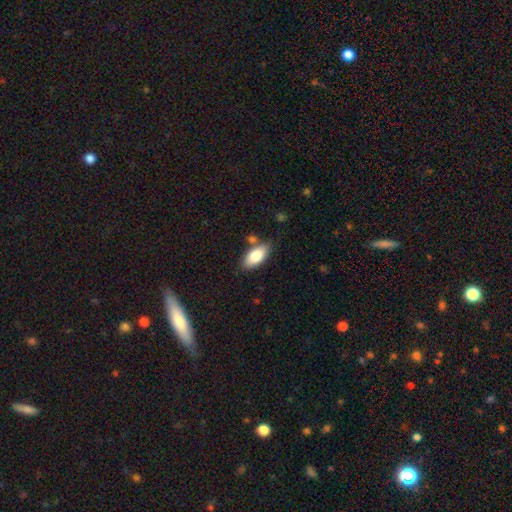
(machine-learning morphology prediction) Smooth or featured?
  - smooth: 83% *
  - featured or disk: 11%
  - star or artifact: 6%
How rounded?
  - in between: 90% *
  - cigar-shaped: 8%
  - round: 3%
Merging?
  - none: 76% *
  - minor disturbance: 14%
  - merger: 7%
  - major disturbance: 3%